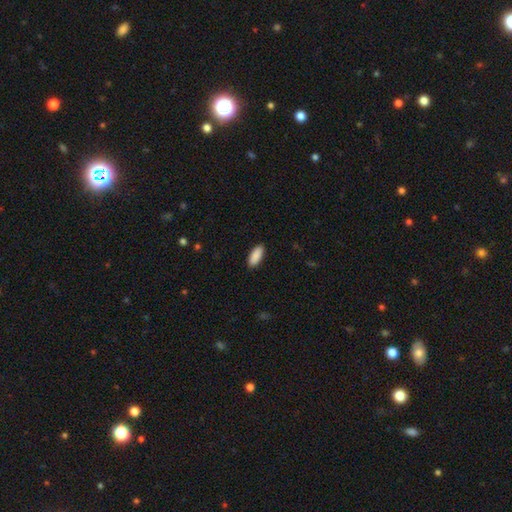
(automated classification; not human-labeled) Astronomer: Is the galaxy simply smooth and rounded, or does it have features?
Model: smooth — 91%.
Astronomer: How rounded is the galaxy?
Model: in between — 82%.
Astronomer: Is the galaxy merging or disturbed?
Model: none — 90%.